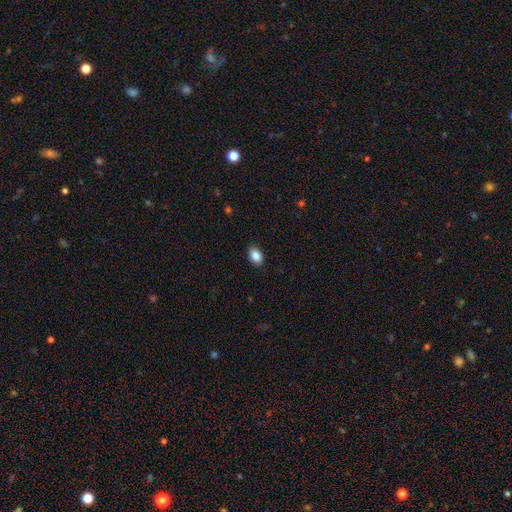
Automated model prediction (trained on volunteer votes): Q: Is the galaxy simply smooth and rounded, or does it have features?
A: smooth — 86%.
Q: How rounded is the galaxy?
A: in between — 78%.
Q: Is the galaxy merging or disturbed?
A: none — 88%.